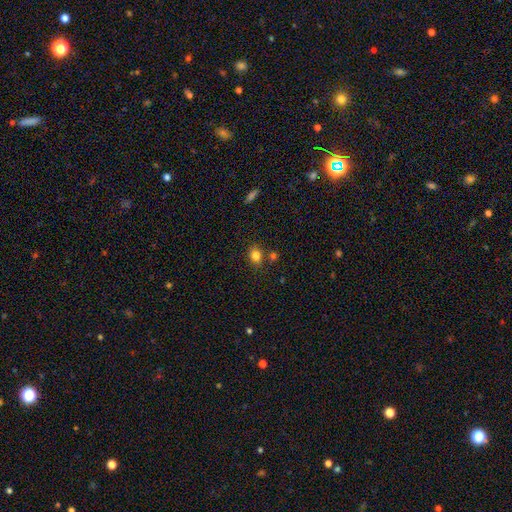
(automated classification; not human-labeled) A smooth galaxy with no disk features (82%) that is in between round and cigar-shaped (53%).

Vote fractions:
- Smooth or featured? smooth: 82% / star or artifact: 11% / featured or disk: 7%
- How rounded? in between: 53% / round: 45% / cigar-shaped: 1%
- Merging? none: 74% / minor disturbance: 12% / merger: 11% / major disturbance: 3%